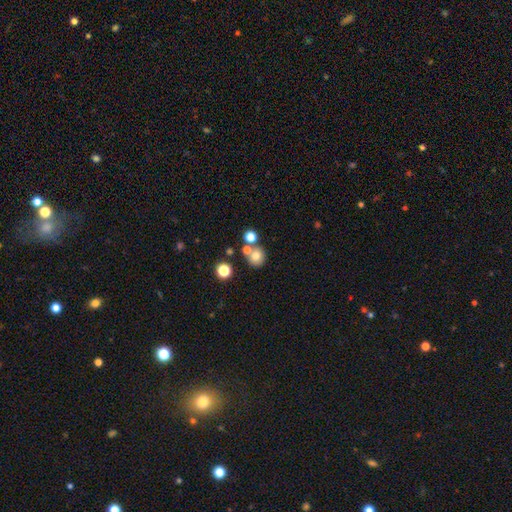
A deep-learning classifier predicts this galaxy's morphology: Smooth or featured?
  - smooth: 73% *
  - star or artifact: 15%
  - featured or disk: 12%
How rounded?
  - round: 84% *
  - in between: 15%
  - cigar-shaped: 1%
Merging?
  - none: 61% *
  - merger: 27%
  - minor disturbance: 9%
  - major disturbance: 3%